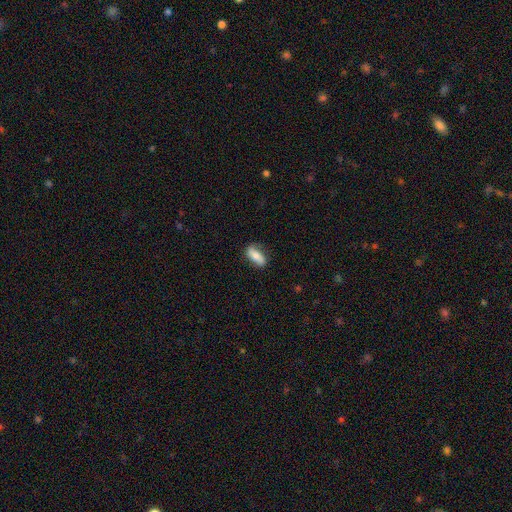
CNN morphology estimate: Overall: smooth (65%; featured or disk 29%). How rounded: in between (81%). Merging: none (74%).